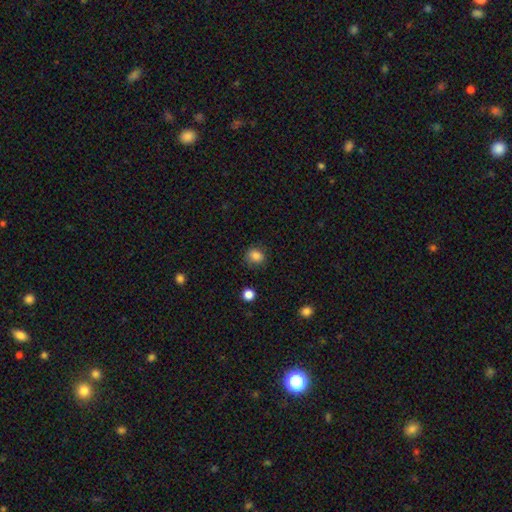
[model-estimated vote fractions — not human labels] Q: Smooth or featured?
A: smooth (85%); runner-up: star or artifact (11%)
Q: How rounded?
A: round (61%); runner-up: in between (38%)
Q: Merging?
A: none (81%); runner-up: minor disturbance (14%)